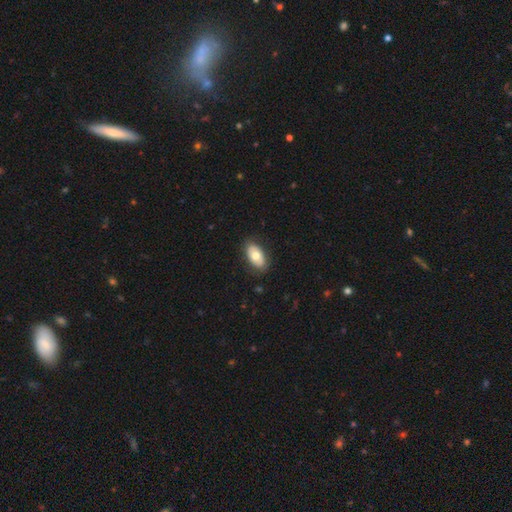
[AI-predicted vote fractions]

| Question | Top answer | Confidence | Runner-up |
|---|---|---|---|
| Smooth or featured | smooth | 70% | featured or disk (24%) |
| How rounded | in between | 93% | round (5%) |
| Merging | none | 85% | minor disturbance (11%) |